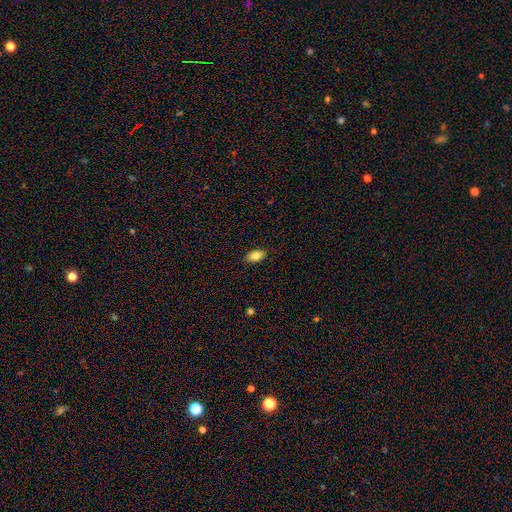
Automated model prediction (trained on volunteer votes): Overall: smooth (82%). How rounded: in between (89%). Merging: none (86%).